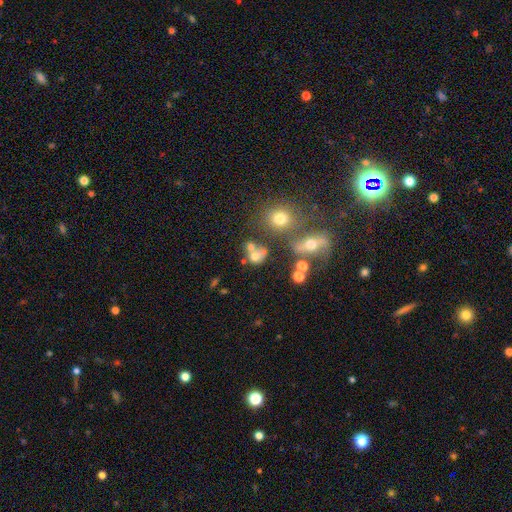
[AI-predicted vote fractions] Smooth or featured: smooth — 62% (featured or disk — 20%)
How rounded: round — 60% (in between — 38%)
Merging: merger — 43% (none — 35%)